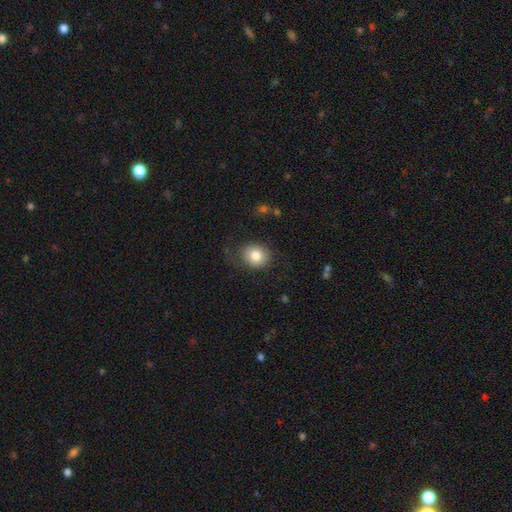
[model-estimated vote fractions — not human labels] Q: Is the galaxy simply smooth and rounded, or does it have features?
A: smooth — 80%.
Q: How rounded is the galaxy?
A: round — 67%.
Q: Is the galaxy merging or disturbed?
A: none — 70%.